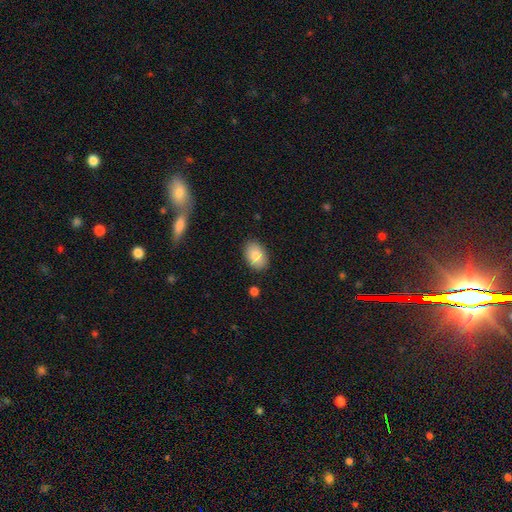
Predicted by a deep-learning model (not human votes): A smooth galaxy with no disk features (86%) that is in between round and cigar-shaped (86%).

Vote fractions:
- Smooth or featured? smooth: 86% / featured or disk: 8% / star or artifact: 7%
- How rounded? in between: 86% / round: 13% / cigar-shaped: 1%
- Merging? none: 86% / minor disturbance: 10% / major disturbance: 2% / merger: 2%